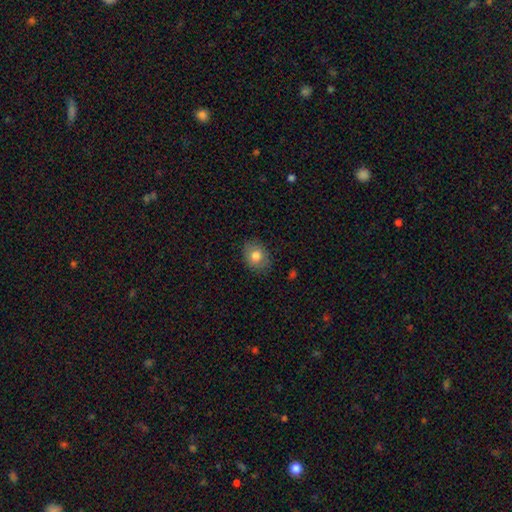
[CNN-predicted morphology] smooth_or_featured: smooth (p=0.79) [alt: featured or disk p=0.12]
how_rounded: round (p=0.51) [alt: in between p=0.48]
merging: none (p=0.84) [alt: minor disturbance p=0.12]